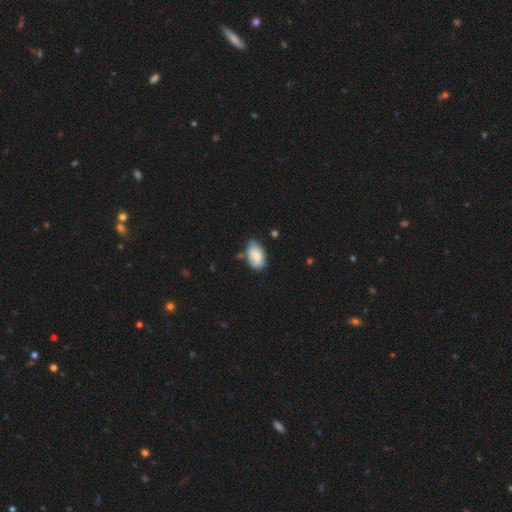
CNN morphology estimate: A smooth galaxy with no disk features (83%) that is in between round and cigar-shaped (92%).

Vote fractions:
- Smooth or featured? smooth: 83% / featured or disk: 10% / star or artifact: 7%
- How rounded? in between: 92% / round: 6% / cigar-shaped: 1%
- Merging? none: 56% / minor disturbance: 32% / major disturbance: 6% / merger: 6%